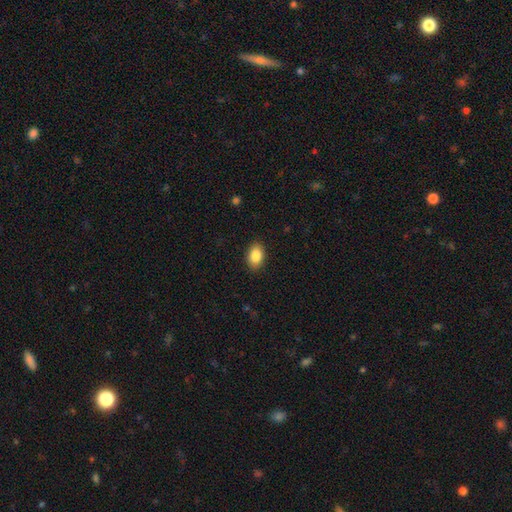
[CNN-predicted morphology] A smooth galaxy with no disk features (86%) that is in between round and cigar-shaped (85%).

Vote fractions:
- Smooth or featured? smooth: 86% / star or artifact: 8% / featured or disk: 6%
- How rounded? in between: 85% / round: 14% / cigar-shaped: 1%
- Merging? none: 88% / minor disturbance: 9% / major disturbance: 2% / merger: 1%